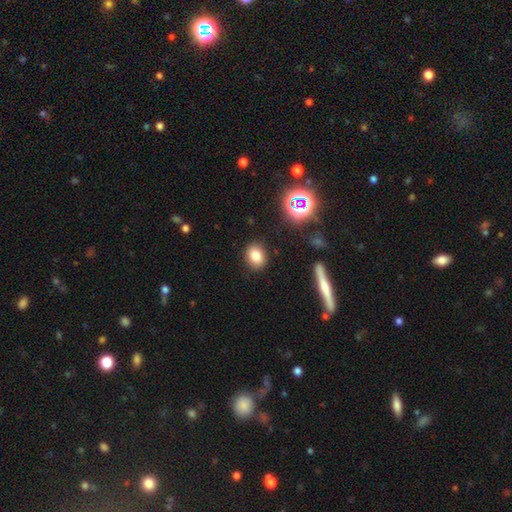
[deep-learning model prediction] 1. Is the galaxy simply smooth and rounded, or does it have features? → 79% smooth, 13% star or artifact, 8% featured or disk.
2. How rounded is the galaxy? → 54% round, 45% in between, 2% cigar-shaped.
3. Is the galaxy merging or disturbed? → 87% none, 9% minor disturbance, 2% major disturbance, 2% merger.